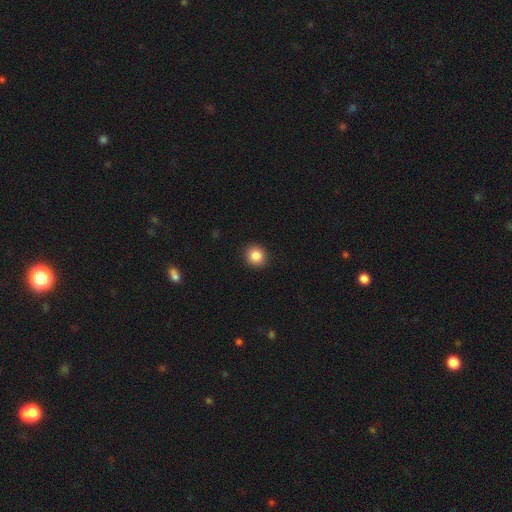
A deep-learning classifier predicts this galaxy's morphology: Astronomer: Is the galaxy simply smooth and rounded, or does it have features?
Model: smooth — 85%.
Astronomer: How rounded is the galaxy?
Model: round — 91%.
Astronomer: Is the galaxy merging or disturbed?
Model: none — 93%.